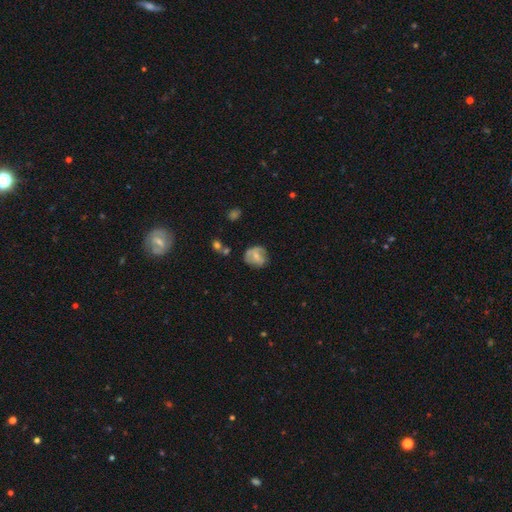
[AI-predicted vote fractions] Smooth or featured? smooth (48%)
Merging? none (56%)